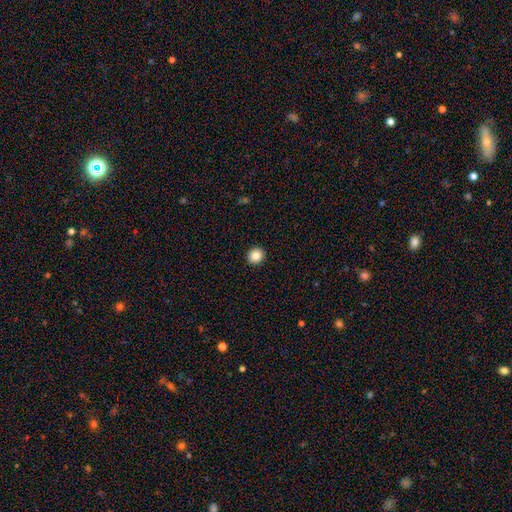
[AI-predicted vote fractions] This is clearly a smooth galaxy (86%). How rounded: clearly round (87%). Merging: clearly none (93%).